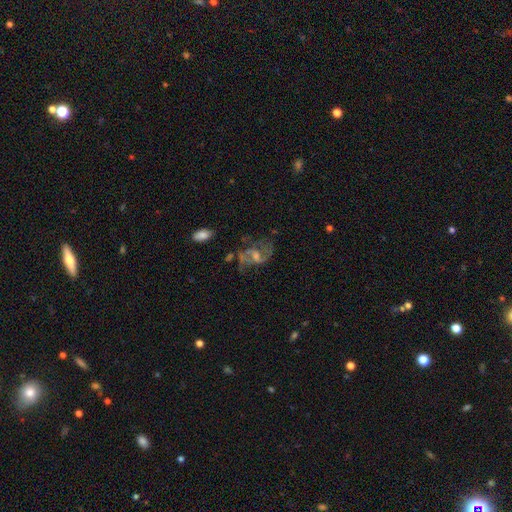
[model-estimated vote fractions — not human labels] Q: Smooth or featured?
A: featured or disk (73%); runner-up: smooth (15%)
Q: Edge-on disk?
A: no (96%); runner-up: yes (4%)
Q: Bar?
A: weak (49%); runner-up: no (38%)
Q: Spiral arms?
A: yes (78%); runner-up: no (22%)
Q: Spiral winding?
A: loose (47%); runner-up: medium (41%)
Q: Spiral arm count?
A: 2 (71%); runner-up: can't tell (15%)
Q: Bulge size?
A: moderate (37%); runner-up: small (35%)
Q: Merging?
A: none (48%); runner-up: major disturbance (27%)